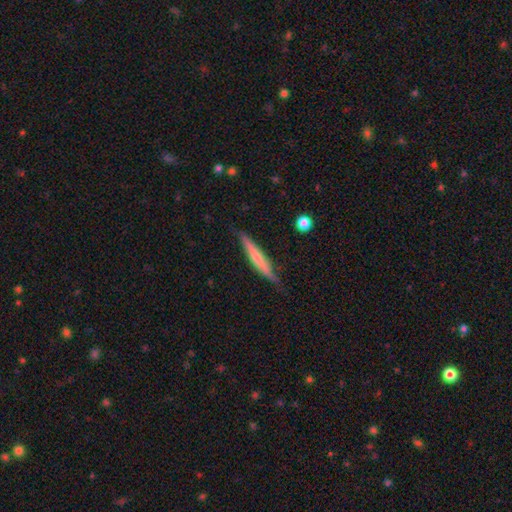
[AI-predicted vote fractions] smooth_or_featured: smooth (p=0.49) [alt: featured or disk p=0.45]
merging: none (p=0.78) [alt: minor disturbance p=0.17]